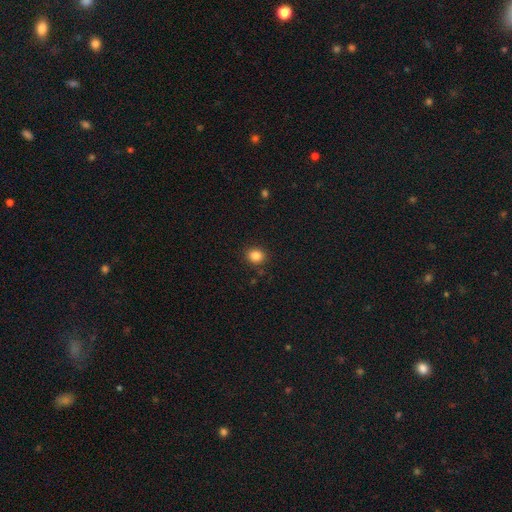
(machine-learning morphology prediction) Overall: smooth (85%). How rounded: round (73%). Merging: none (88%).